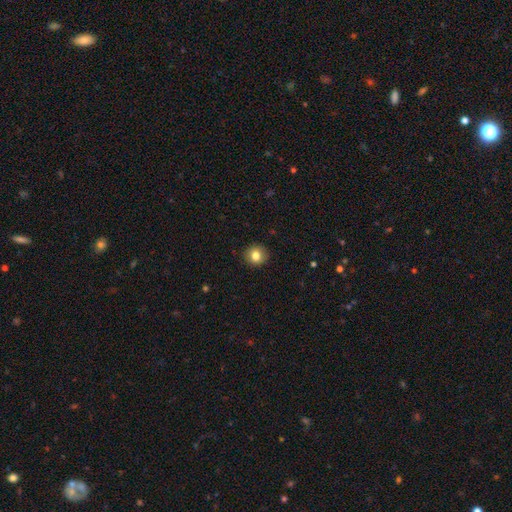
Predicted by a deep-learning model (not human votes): Smooth or featured?
  - smooth: 82% *
  - star or artifact: 10%
  - featured or disk: 8%
How rounded?
  - round: 89% *
  - in between: 10%
  - cigar-shaped: 1%
Merging?
  - none: 91% *
  - minor disturbance: 6%
  - major disturbance: 2%
  - merger: 1%